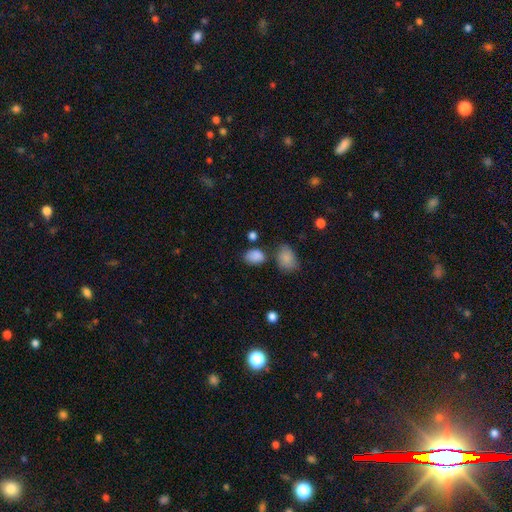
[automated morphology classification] smooth_or_featured: smooth (p=0.85) [alt: star or artifact p=0.10]
how_rounded: in between (p=0.73) [alt: round p=0.26]
merging: none (p=0.63) [alt: minor disturbance p=0.20]